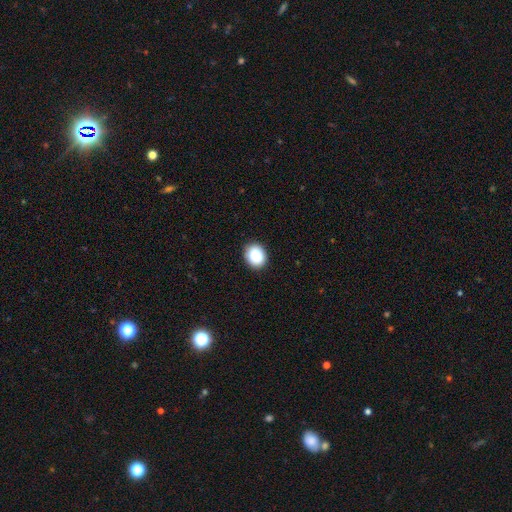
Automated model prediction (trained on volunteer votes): Smooth or featured? smooth (88%)
How rounded? round (53%)
Merging? none (89%)